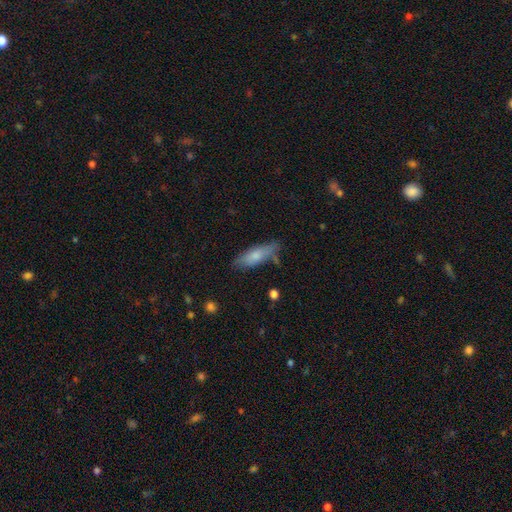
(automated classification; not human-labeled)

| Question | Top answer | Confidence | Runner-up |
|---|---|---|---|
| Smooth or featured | smooth | 69% | featured or disk (25%) |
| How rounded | cigar-shaped | 55% | in between (43%) |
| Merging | none | 72% | minor disturbance (20%) |